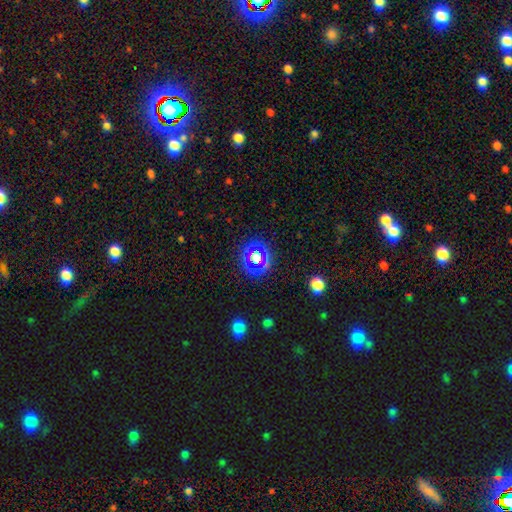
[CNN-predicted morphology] Smooth or featured? Predicted: star or artifact (p=0.60).